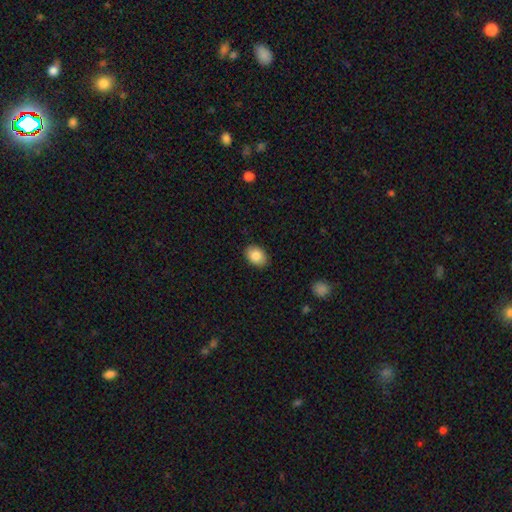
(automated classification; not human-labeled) Smooth or featured?
  - smooth: 86% *
  - star or artifact: 7%
  - featured or disk: 7%
How rounded?
  - in between: 77% *
  - round: 22%
  - cigar-shaped: 1%
Merging?
  - none: 88% *
  - minor disturbance: 9%
  - major disturbance: 2%
  - merger: 1%